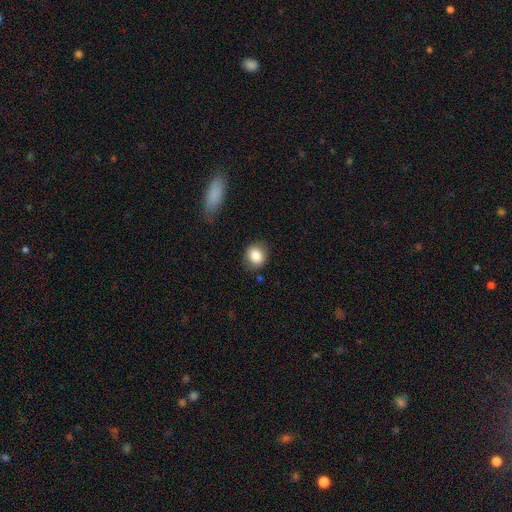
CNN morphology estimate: A smooth galaxy with no disk features (83%) that is round (68%). Merging: none (80%).